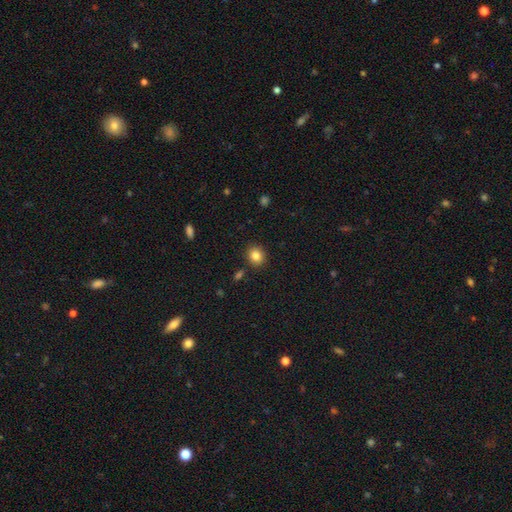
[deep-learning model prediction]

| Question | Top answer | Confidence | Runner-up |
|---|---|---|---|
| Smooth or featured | smooth | 84% | star or artifact (10%) |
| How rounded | round | 75% | in between (24%) |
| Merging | none | 88% | minor disturbance (7%) |